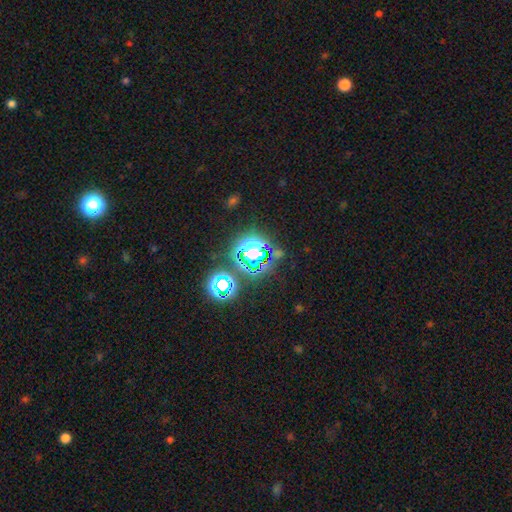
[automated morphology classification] This is likely a star or artifact rather than a galaxy (70%).